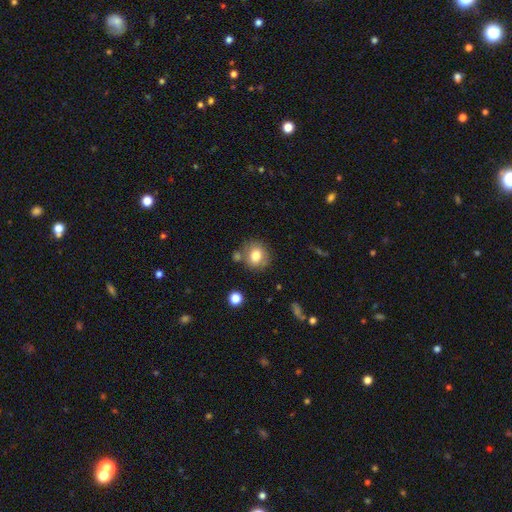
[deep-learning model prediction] smooth_or_featured: smooth (p=0.78) [alt: featured or disk p=0.12]
how_rounded: round (p=0.81) [alt: in between p=0.18]
merging: none (p=0.72) [alt: minor disturbance p=0.14]